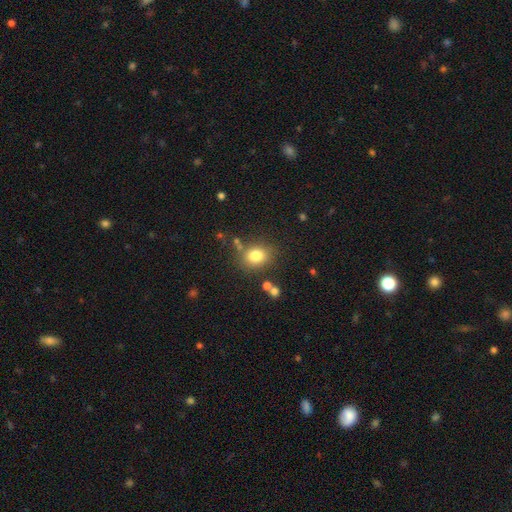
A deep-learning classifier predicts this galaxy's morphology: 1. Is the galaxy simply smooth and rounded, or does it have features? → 79% smooth, 12% star or artifact, 9% featured or disk.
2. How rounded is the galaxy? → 60% round, 39% in between, 1% cigar-shaped.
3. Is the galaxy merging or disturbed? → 76% none, 12% minor disturbance, 7% merger, 5% major disturbance.